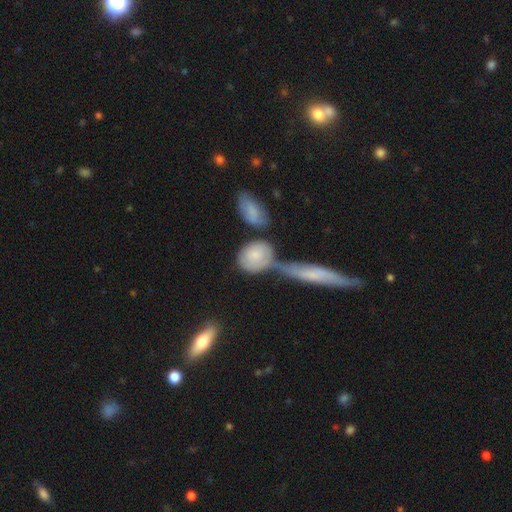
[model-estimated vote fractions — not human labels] Overall: smooth (72%). How rounded: in between (58%; round 36%). Merging: none (41%; merger 36%).